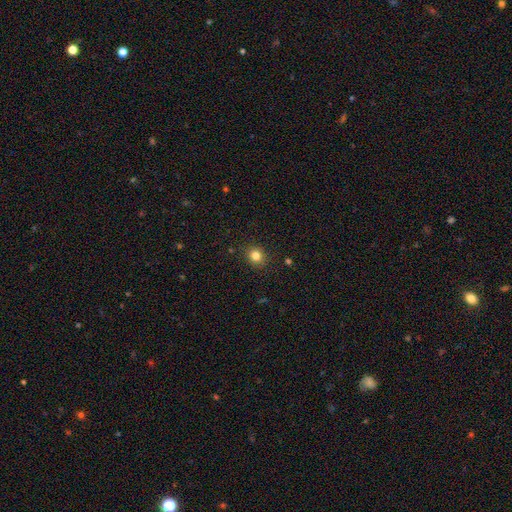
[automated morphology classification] Overall: smooth (82%). How rounded: round (81%). Merging: none (89%).